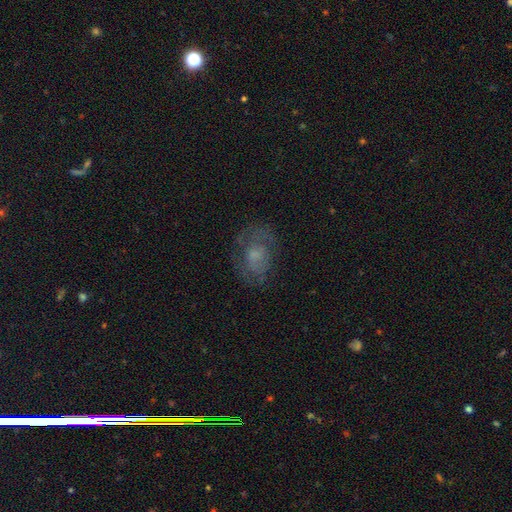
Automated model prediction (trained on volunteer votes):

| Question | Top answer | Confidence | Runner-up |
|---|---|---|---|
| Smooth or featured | featured or disk | 46% | smooth (40%) |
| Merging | none | 61% | minor disturbance (20%) |